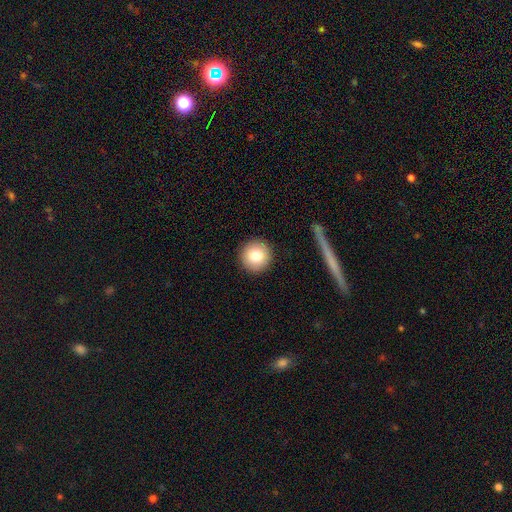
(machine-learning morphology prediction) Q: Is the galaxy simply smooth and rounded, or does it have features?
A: smooth — 82%.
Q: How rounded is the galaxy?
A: round — 95%.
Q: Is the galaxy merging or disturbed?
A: none — 91%.